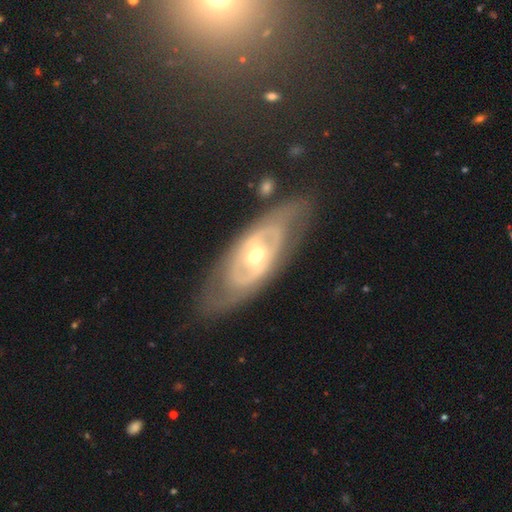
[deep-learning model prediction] A featured or disk galaxy (78%) with no bar (43%), no spiral arms (57%) and a moderate central bulge (64%).

Vote fractions:
- Smooth or featured? featured or disk: 78% / smooth: 18% / star or artifact: 5%
- Edge-on disk? no: 87% / yes: 13%
- Bar? no: 43% / weak: 34% / strong: 23%
- Spiral arms? no: 57% / yes: 43%
- Bulge size? moderate: 64% / small: 29% / large: 5% / dominant: 1% / none: 1%
- Merging? none: 77% / minor disturbance: 14% / major disturbance: 7% / merger: 2%